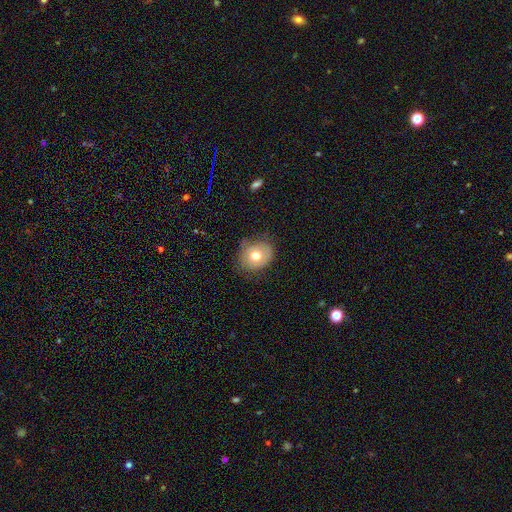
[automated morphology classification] smooth-or-featured: smooth: 68% | featured or disk: 23% | star or artifact: 9%
  how-rounded: round: 60% | in between: 39% | cigar-shaped: 1%
  merging: none: 69% | minor disturbance: 23% | major disturbance: 6% | merger: 1%